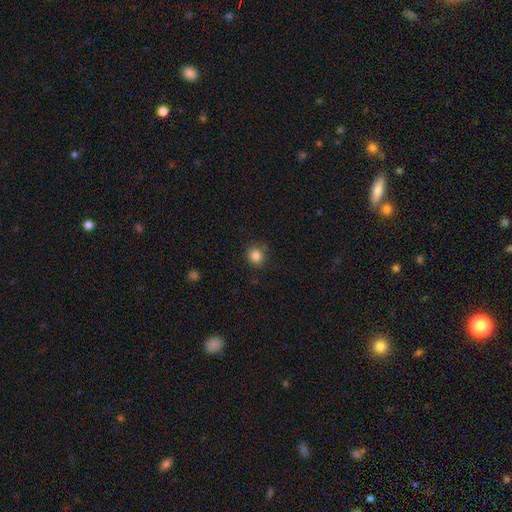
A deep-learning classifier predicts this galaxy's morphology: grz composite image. It shows a smooth galaxy with no disk features (85%) that is round (89%). Merging: none (83%).